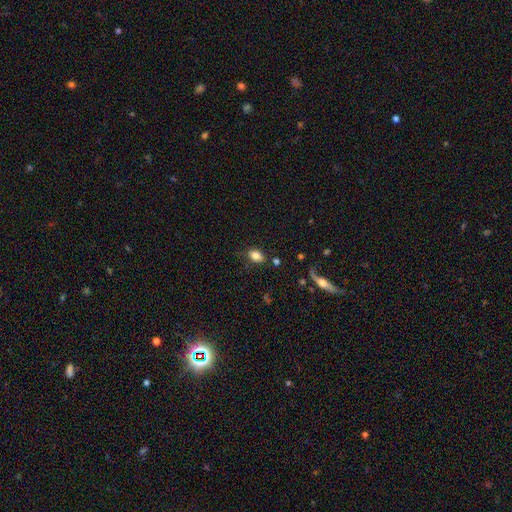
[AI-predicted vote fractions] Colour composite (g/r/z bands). It shows a smooth galaxy with no disk features (81%) that is in between round and cigar-shaped (80%). Merging: none (74%).